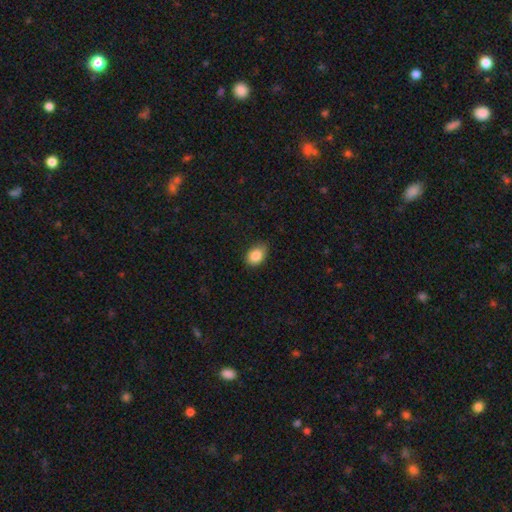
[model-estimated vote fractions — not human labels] Smooth or featured? Predicted: smooth (p=0.86). How rounded? Predicted: in between (p=0.80). Merging? Predicted: none (p=0.77).